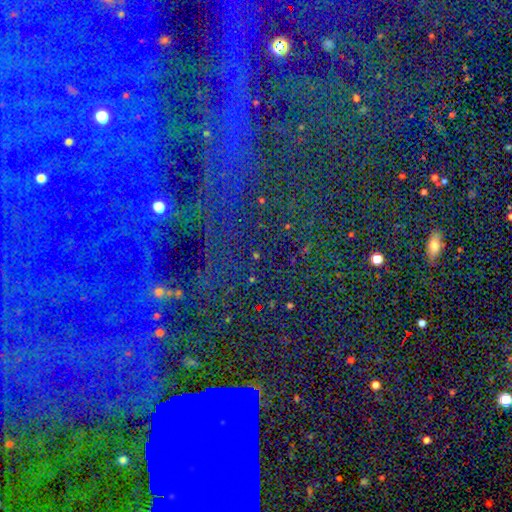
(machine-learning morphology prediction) Smooth or featured?
  - star or artifact: 76% *
  - smooth: 16%
  - featured or disk: 8%